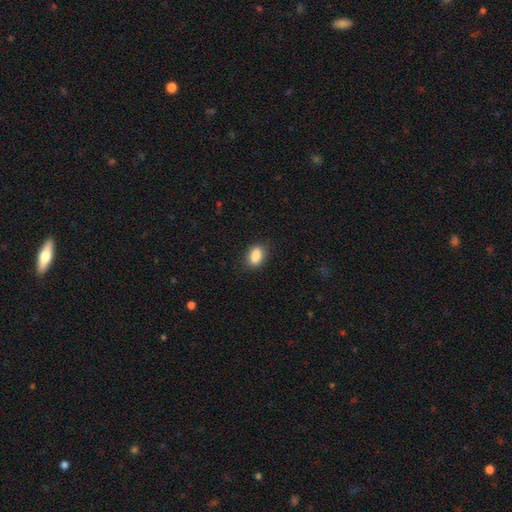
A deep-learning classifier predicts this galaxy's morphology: smooth_or_featured: smooth (p=0.88) [alt: star or artifact p=0.08]
how_rounded: in between (p=0.87) [alt: round p=0.10]
merging: none (p=0.84) [alt: minor disturbance p=0.12]